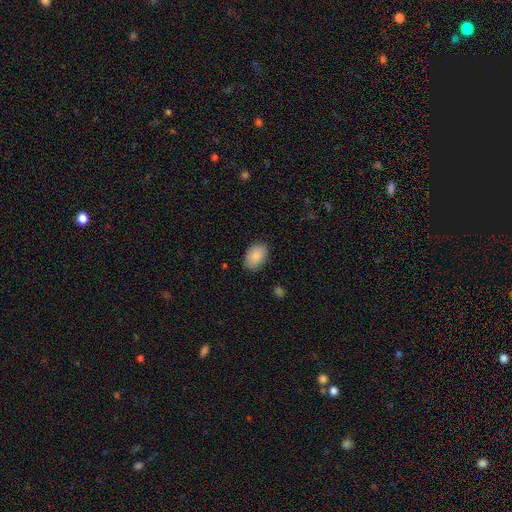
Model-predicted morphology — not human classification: Smooth or featured?
  - smooth: 88% *
  - star or artifact: 7%
  - featured or disk: 5%
How rounded?
  - in between: 87% *
  - round: 12%
  - cigar-shaped: 1%
Merging?
  - none: 85% *
  - minor disturbance: 12%
  - major disturbance: 3%
  - merger: 1%